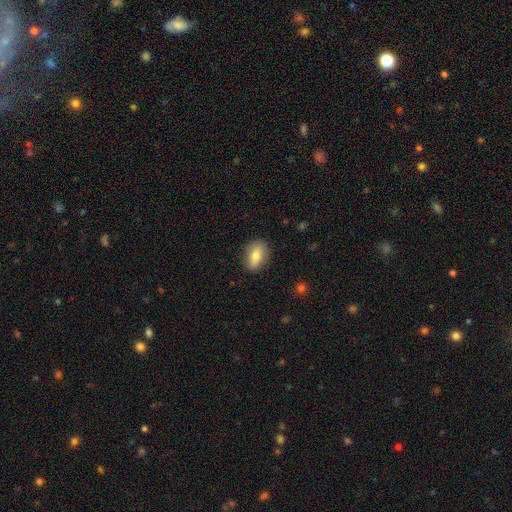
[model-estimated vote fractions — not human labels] A smooth galaxy with no disk features (71%) that is in between round and cigar-shaped (79%). Merging: none (84%).